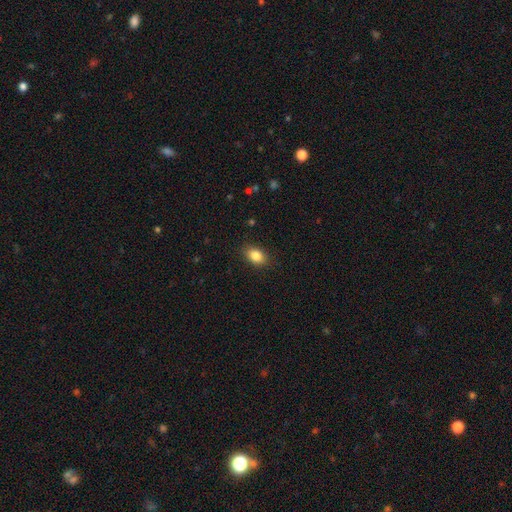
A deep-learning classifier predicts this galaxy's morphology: Smooth or featured? Predicted: smooth (p=0.85). How rounded? Predicted: in between (p=0.83). Merging? Predicted: none (p=0.87).